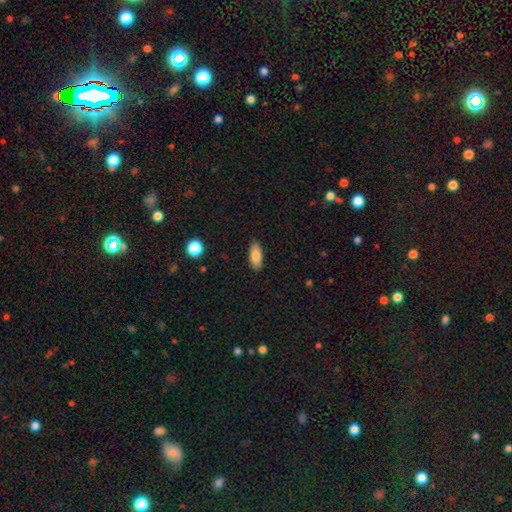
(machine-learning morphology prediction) Smooth or featured?
  - smooth: 85% *
  - featured or disk: 9%
  - star or artifact: 7%
How rounded?
  - in between: 81% *
  - cigar-shaped: 17%
  - round: 2%
Merging?
  - none: 88% *
  - minor disturbance: 9%
  - major disturbance: 2%
  - merger: 1%